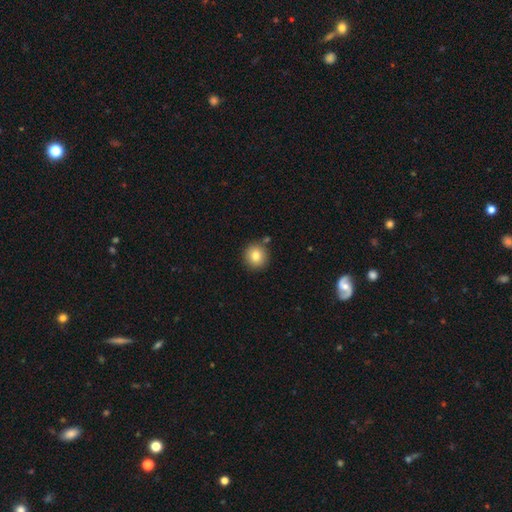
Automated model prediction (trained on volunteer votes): Overall: smooth (82%). How rounded: round (93%). Merging: none (84%).